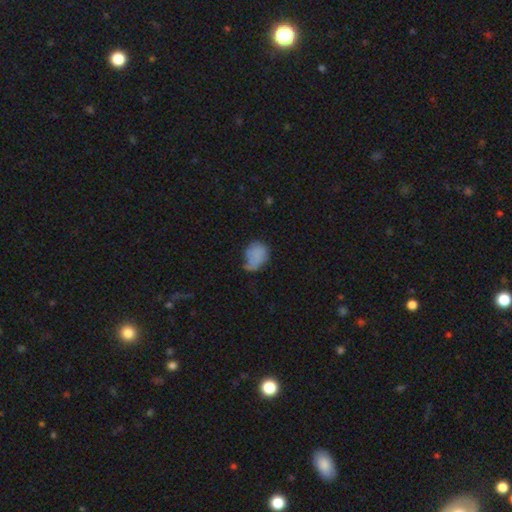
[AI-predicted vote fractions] smooth 77%, featured or disk 12%, star or artifact 11%. Down the decision tree: how rounded — in between (63%); merging — minor disturbance (40%).